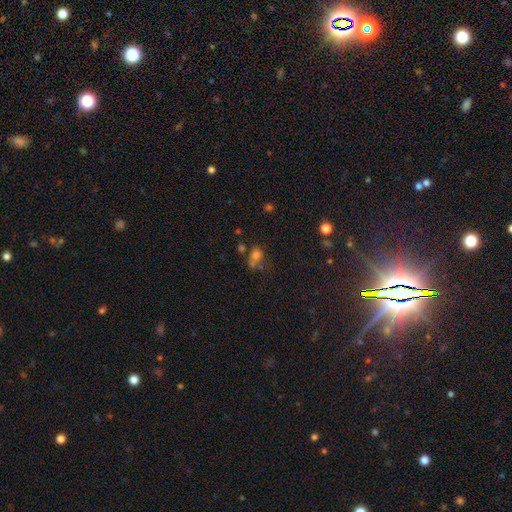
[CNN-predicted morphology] type=smooth (66%); roundness=round (50%); merging=none (37%).